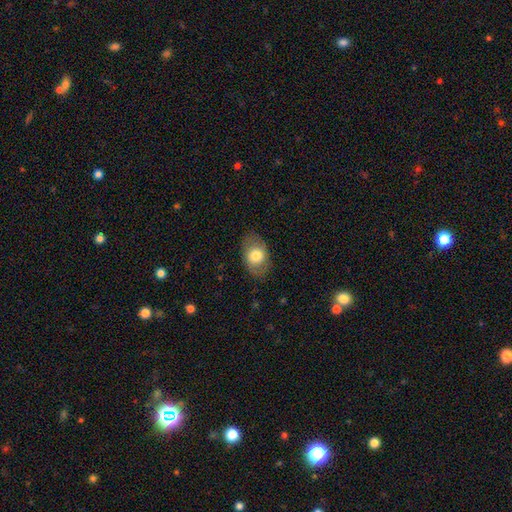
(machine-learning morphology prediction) Smooth or featured?
  - smooth: 72% *
  - featured or disk: 21%
  - star or artifact: 7%
How rounded?
  - in between: 80% *
  - round: 19%
  - cigar-shaped: 1%
Merging?
  - none: 82% *
  - minor disturbance: 13%
  - major disturbance: 5%
  - merger: 1%